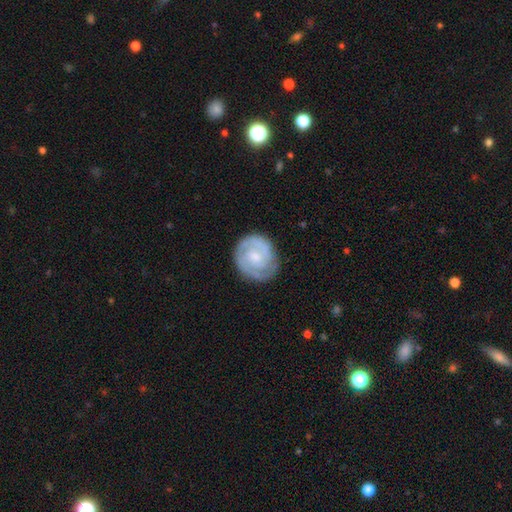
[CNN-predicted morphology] Smooth or featured? Predicted: featured or disk (p=0.77). Edge-on disk? Predicted: no (p=0.98). Bar? Predicted: no (p=0.55). Spiral arms? Predicted: yes (p=0.93). Spiral winding? Predicted: tight (p=0.65). Spiral arm count? Predicted: 2 (p=0.54). Bulge size? Predicted: small (p=0.53). Merging? Predicted: none (p=0.79).